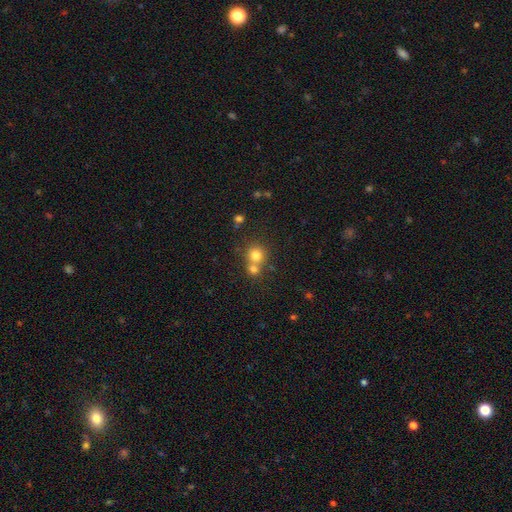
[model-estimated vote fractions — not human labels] The model was most divided on "merging": none: 49%, merger: 43%, minor disturbance: 6%, major disturbance: 3%. More confident: how rounded — round (88%); smooth or featured — smooth (78%).